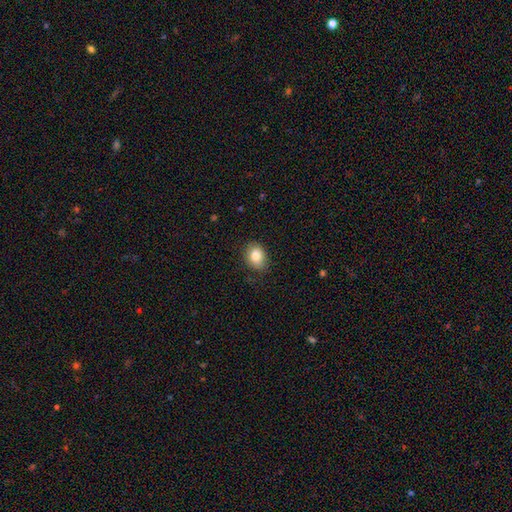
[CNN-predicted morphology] A smooth galaxy with no disk features (84%) that is in between round and cigar-shaped (61%).

Vote fractions:
- Smooth or featured? smooth: 84% / star or artifact: 9% / featured or disk: 7%
- How rounded? in between: 61% / round: 38% / cigar-shaped: 1%
- Merging? none: 81% / minor disturbance: 14% / major disturbance: 3% / merger: 1%